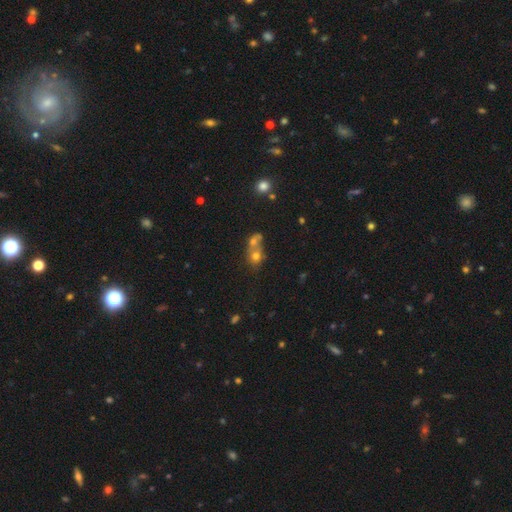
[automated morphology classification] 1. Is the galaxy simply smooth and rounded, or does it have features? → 59% smooth, 22% star or artifact, 19% featured or disk.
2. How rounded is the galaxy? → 72% round, 26% in between, 2% cigar-shaped.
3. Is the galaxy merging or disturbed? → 58% merger, 31% none, 7% minor disturbance, 4% major disturbance.